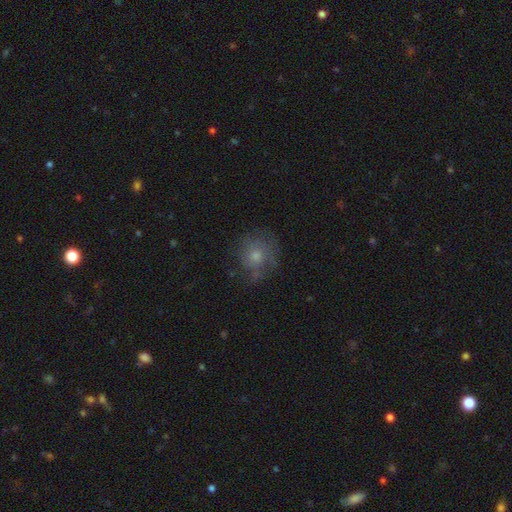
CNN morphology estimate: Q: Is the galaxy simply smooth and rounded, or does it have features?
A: smooth — 48%.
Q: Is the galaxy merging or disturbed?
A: none — 69%.